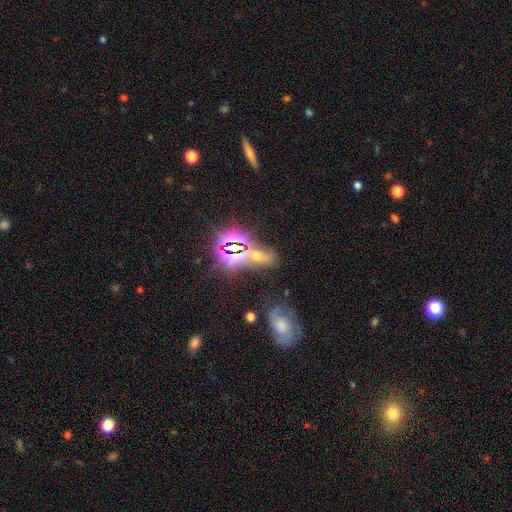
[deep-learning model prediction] Smooth or featured?
  - star or artifact: 60% *
  - smooth: 22%
  - featured or disk: 18%